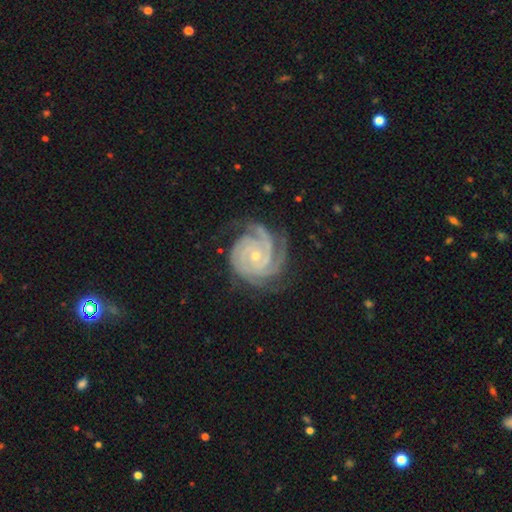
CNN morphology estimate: Smooth or featured: featured or disk — 93% (star or artifact — 4%)
Edge-on disk: no — 98% (yes — 2%)
Bar: no — 71% (weak — 20%)
Spiral arms: yes — 99% (no — 1%)
Spiral winding: tight — 82% (medium — 16%)
Spiral arm count: 3 — 44% (4 — 27%)
Bulge size: small — 66% (moderate — 31%)
Merging: none — 75% (minor disturbance — 18%)